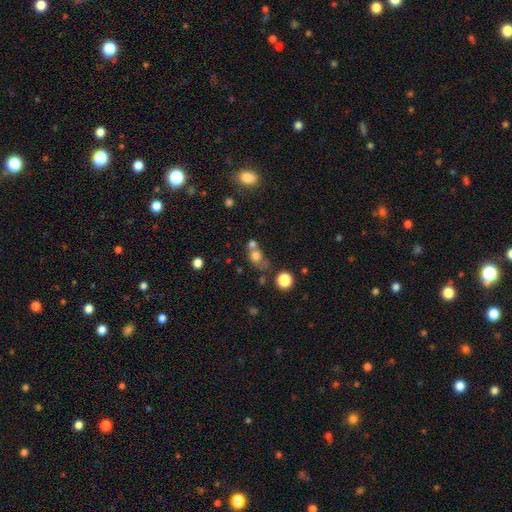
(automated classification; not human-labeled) Smooth or featured: smooth — 72% (star or artifact — 15%)
How rounded: round — 64% (in between — 33%)
Merging: merger — 42% (none — 35%)